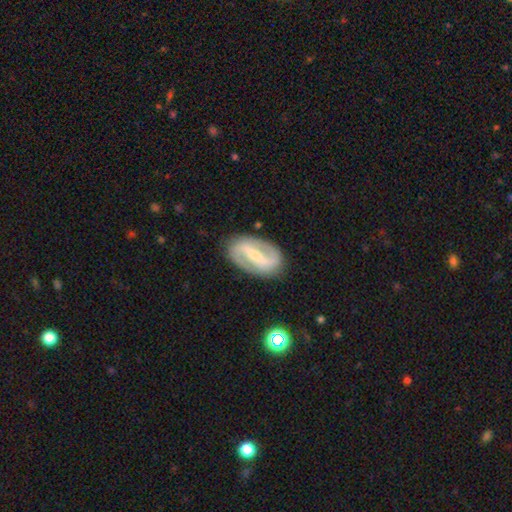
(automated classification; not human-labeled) This appears to be a featured or disk galaxy (84%) with a strong bar (67%), 2 (91%) medium (42%) spiral arms (89%) and a small central bulge (57%). Merging: none (86%).